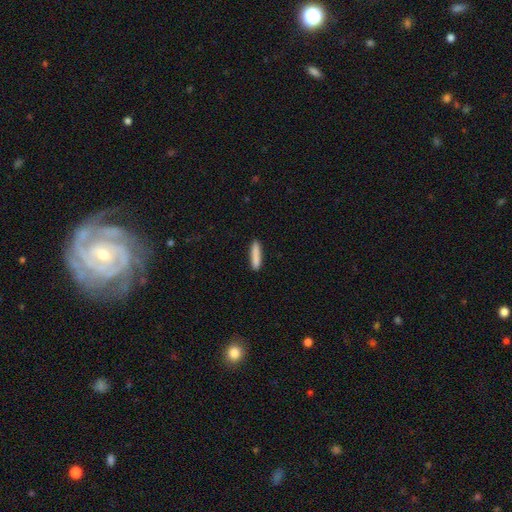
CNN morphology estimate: smooth-or-featured: smooth: 87% | featured or disk: 7% | star or artifact: 6%
  how-rounded: cigar-shaped: 87% | in between: 11% | round: 1%
  merging: none: 90% | minor disturbance: 7% | major disturbance: 2% | merger: 1%